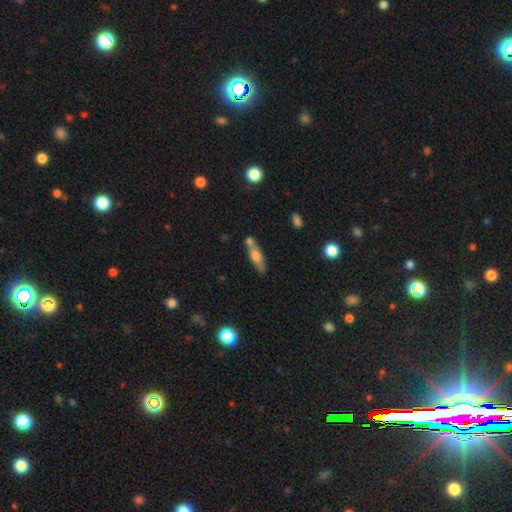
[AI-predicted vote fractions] This is possibly a smooth galaxy (57%). How rounded: likely cigar-shaped (66%). Merging: likely none (63%).